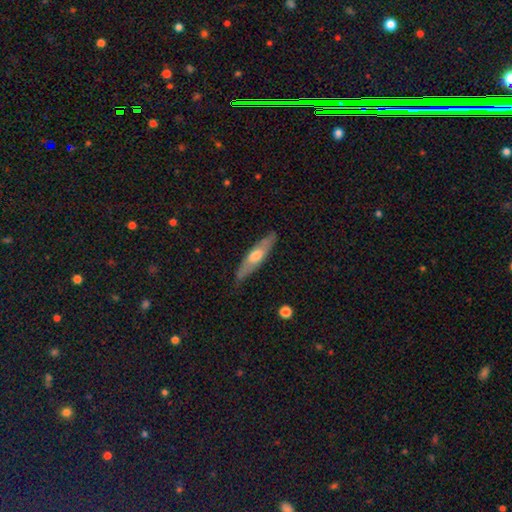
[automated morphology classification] featured or disk 49%, smooth 46%, star or artifact 5%. Down the decision tree: merging — none (84%).